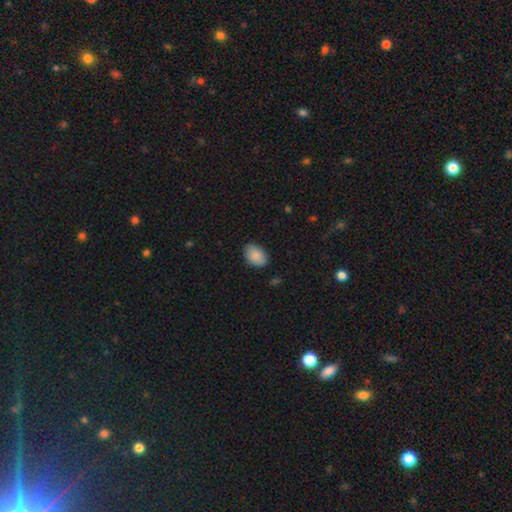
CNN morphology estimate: Q: Smooth or featured?
A: smooth (89%); runner-up: star or artifact (7%)
Q: How rounded?
A: in between (85%); runner-up: round (14%)
Q: Merging?
A: none (85%); runner-up: minor disturbance (11%)